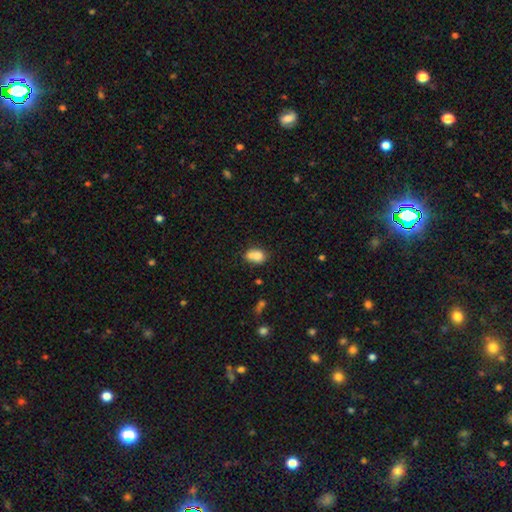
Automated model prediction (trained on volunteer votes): Smooth or featured? Predicted: smooth (p=0.75). How rounded? Predicted: in between (p=0.64). Merging? Predicted: merger (p=0.47).